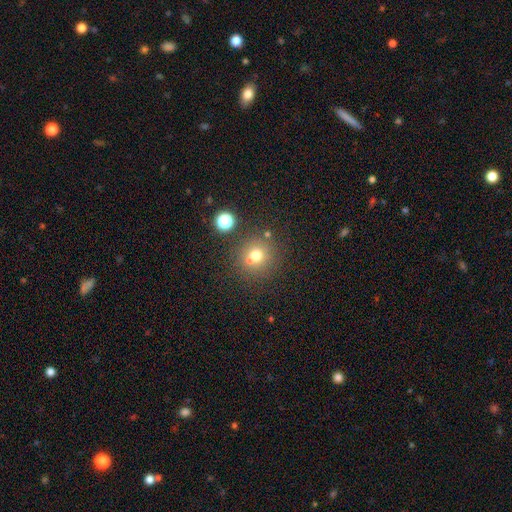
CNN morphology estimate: A smooth galaxy with no disk features (69%) that is round (89%).

Vote fractions:
- Smooth or featured? smooth: 69% / star or artifact: 17% / featured or disk: 14%
- How rounded? round: 89% / in between: 10% / cigar-shaped: 1%
- Merging? none: 66% / merger: 20% / minor disturbance: 10% / major disturbance: 4%